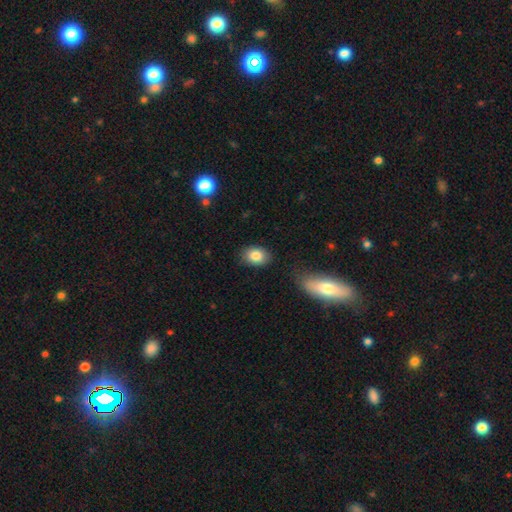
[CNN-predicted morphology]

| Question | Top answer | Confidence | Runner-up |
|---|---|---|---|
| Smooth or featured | smooth | 84% | star or artifact (8%) |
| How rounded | in between | 74% | round (25%) |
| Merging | none | 83% | minor disturbance (12%) |